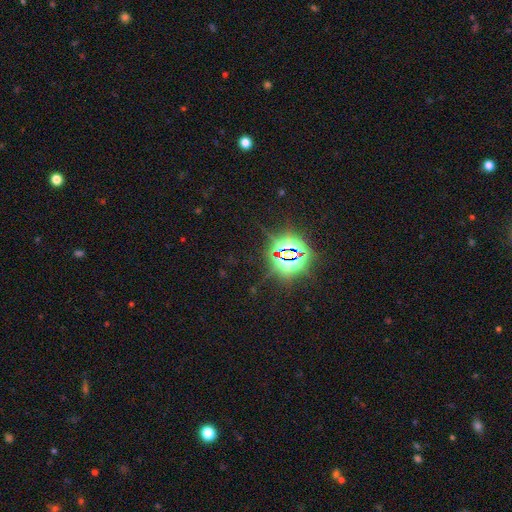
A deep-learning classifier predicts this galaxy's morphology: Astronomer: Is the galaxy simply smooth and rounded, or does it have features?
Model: star or artifact — 82%.